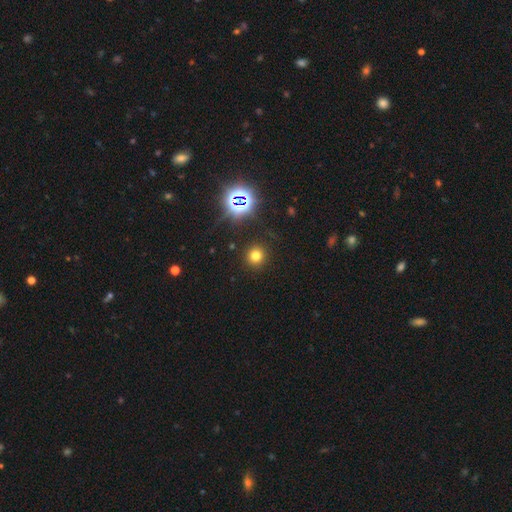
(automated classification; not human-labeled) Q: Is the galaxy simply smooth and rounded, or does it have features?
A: smooth — 70%.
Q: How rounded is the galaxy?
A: round — 93%.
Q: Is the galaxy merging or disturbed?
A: none — 90%.